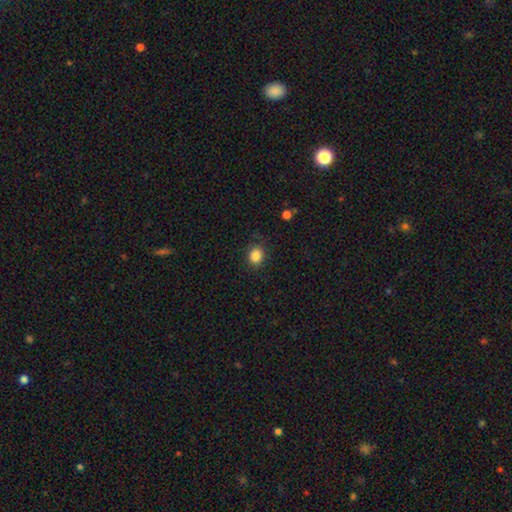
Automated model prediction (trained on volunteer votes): This appears to be a smooth galaxy with no disk features (86%) that is round (65%). Merging: none (83%).